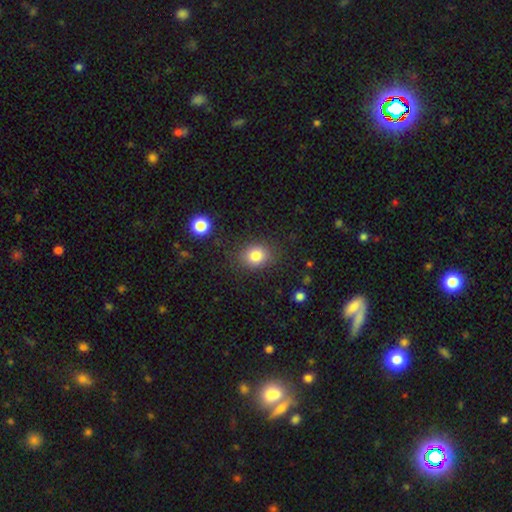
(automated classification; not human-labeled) smooth-or-featured: smooth: 82% | star or artifact: 11% | featured or disk: 7%
  how-rounded: round: 59% | in between: 40% | cigar-shaped: 1%
  merging: none: 82% | minor disturbance: 12% | major disturbance: 4% | merger: 2%